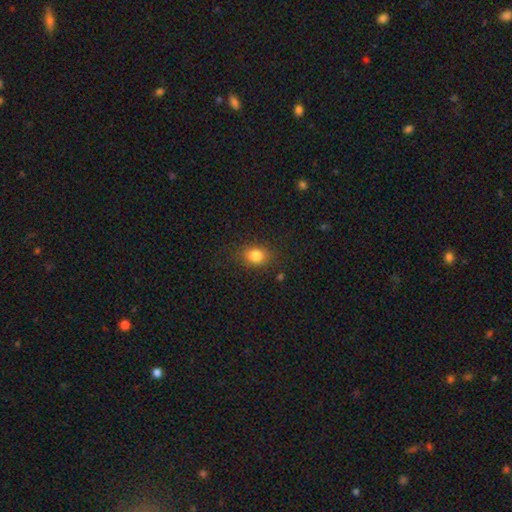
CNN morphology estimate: smooth 82%, star or artifact 12%, featured or disk 6%. Down the decision tree: how rounded — round (55%); merging — none (83%).